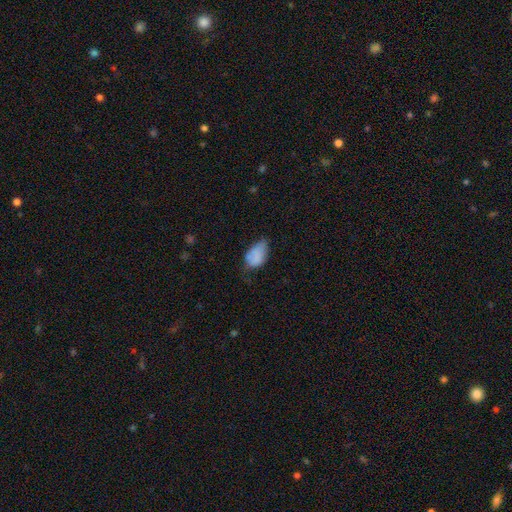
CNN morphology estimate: This is likely a smooth galaxy (78%). How rounded: clearly in between (90%). Merging: possibly minor disturbance (45%).